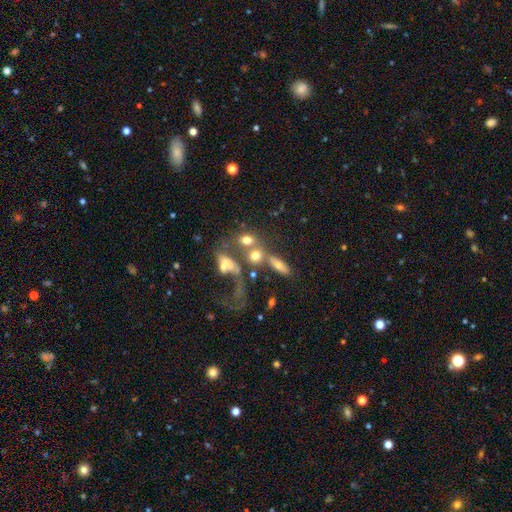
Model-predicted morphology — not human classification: smooth 56%, featured or disk 28%, star or artifact 16%. Down the decision tree: how rounded — in between (47%); merging — merger (52%).